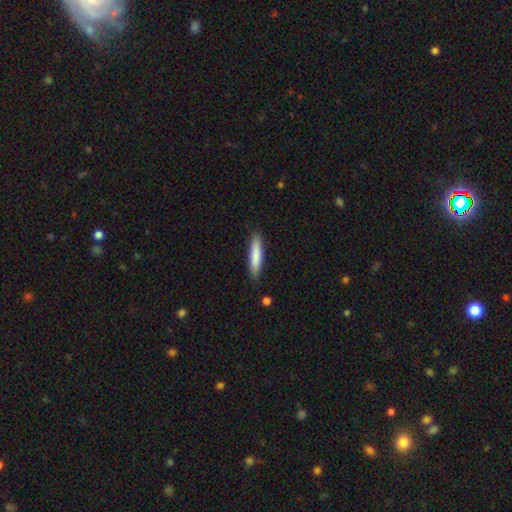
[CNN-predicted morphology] This is clearly a smooth galaxy (80%). How rounded: clearly cigar-shaped (85%). Merging: clearly none (87%).